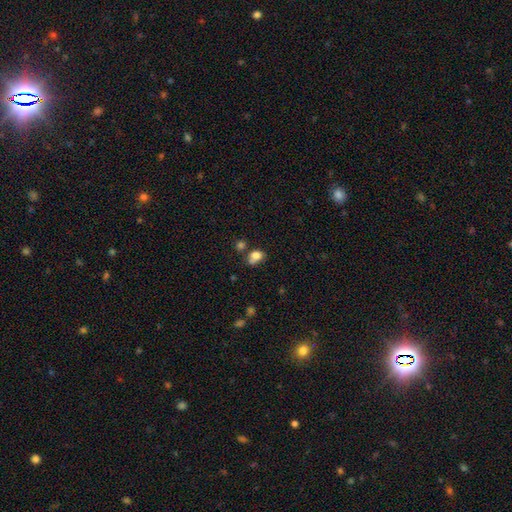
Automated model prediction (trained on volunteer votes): Q: Smooth or featured?
A: smooth (78%); runner-up: star or artifact (11%)
Q: How rounded?
A: in between (61%); runner-up: round (38%)
Q: Merging?
A: none (40%); runner-up: merger (30%)